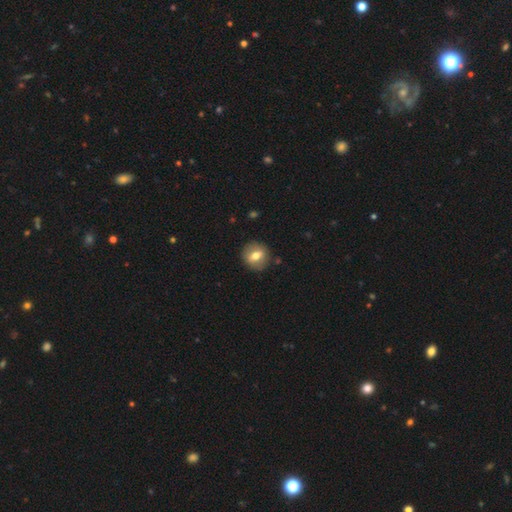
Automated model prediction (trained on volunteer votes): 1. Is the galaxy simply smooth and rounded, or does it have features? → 62% smooth, 30% featured or disk, 9% star or artifact.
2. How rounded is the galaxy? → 79% round, 19% in between, 1% cigar-shaped.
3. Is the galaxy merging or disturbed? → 87% none, 9% minor disturbance, 3% major disturbance, 2% merger.